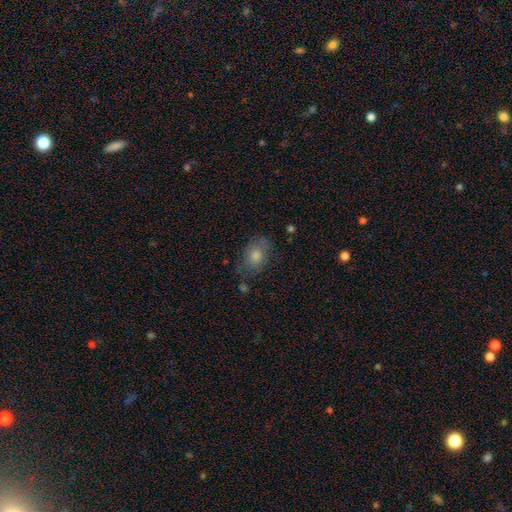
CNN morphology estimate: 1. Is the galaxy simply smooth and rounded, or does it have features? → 65% smooth, 21% featured or disk, 13% star or artifact.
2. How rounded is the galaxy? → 72% in between, 26% round, 2% cigar-shaped.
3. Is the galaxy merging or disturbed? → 70% none, 20% minor disturbance, 7% major disturbance, 3% merger.